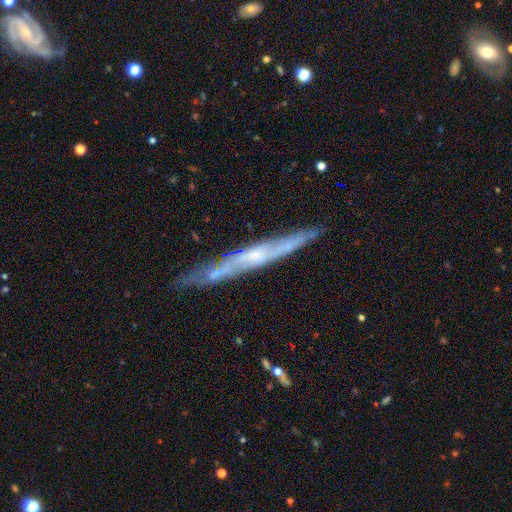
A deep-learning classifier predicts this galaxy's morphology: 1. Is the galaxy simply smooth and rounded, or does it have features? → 72% featured or disk, 21% smooth, 8% star or artifact.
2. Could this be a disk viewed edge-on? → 87% yes, 13% no.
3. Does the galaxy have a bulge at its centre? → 62% none, 29% rounded, 9% boxy.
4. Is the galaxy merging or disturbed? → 79% none, 16% minor disturbance, 3% major disturbance, 3% merger.